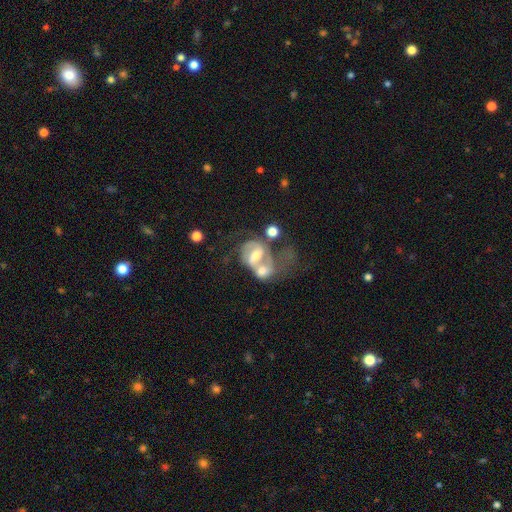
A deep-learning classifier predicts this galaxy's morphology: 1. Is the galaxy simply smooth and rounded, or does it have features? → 75% featured or disk, 17% smooth, 8% star or artifact.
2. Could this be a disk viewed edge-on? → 97% no, 3% yes.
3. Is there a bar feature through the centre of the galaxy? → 44% weak, 31% strong, 25% no.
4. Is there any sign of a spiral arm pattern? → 80% yes, 20% no.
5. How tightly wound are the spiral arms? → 44% medium, 32% loose, 24% tight.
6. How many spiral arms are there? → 72% 2, 13% can't tell, 11% 1, 2% 3, 1% 4, 1% more than 4.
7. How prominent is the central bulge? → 58% moderate, 28% small, 8% large, 5% none, 2% dominant.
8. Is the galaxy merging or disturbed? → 58% merger, 17% none, 16% major disturbance, 9% minor disturbance.